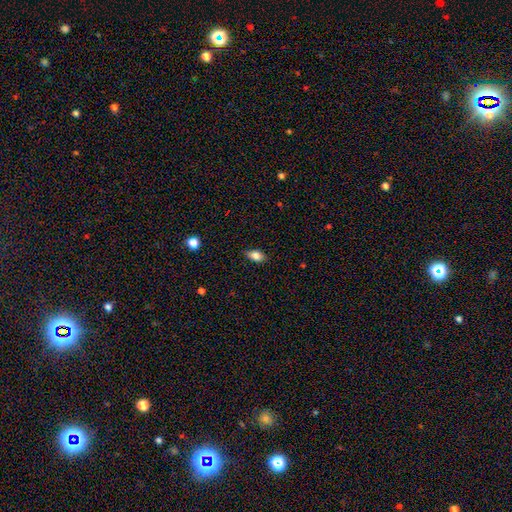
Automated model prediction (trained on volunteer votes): A smooth galaxy with no disk features (80%) that is in between round and cigar-shaped (87%). Merging: none (85%).